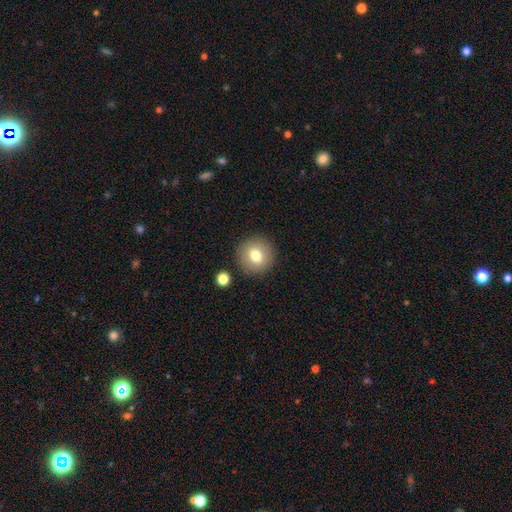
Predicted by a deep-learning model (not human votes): smooth_or_featured: smooth (p=0.75) [alt: featured or disk p=0.15]
how_rounded: round (p=0.92) [alt: in between p=0.07]
merging: none (p=0.89) [alt: minor disturbance p=0.07]